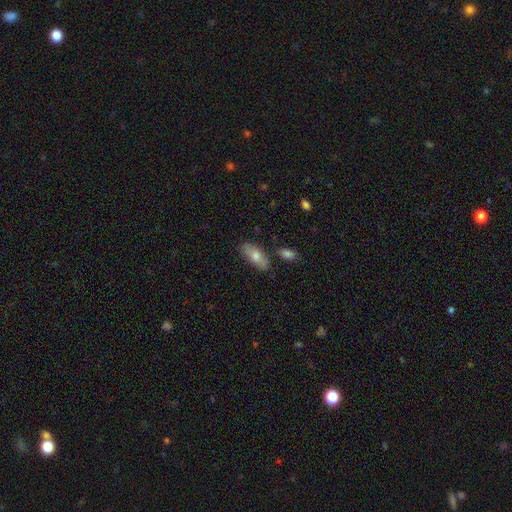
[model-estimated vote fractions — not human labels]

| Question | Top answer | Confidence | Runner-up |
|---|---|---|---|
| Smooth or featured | smooth | 72% | featured or disk (21%) |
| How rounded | in between | 82% | cigar-shaped (15%) |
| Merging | none | 80% | minor disturbance (13%) |